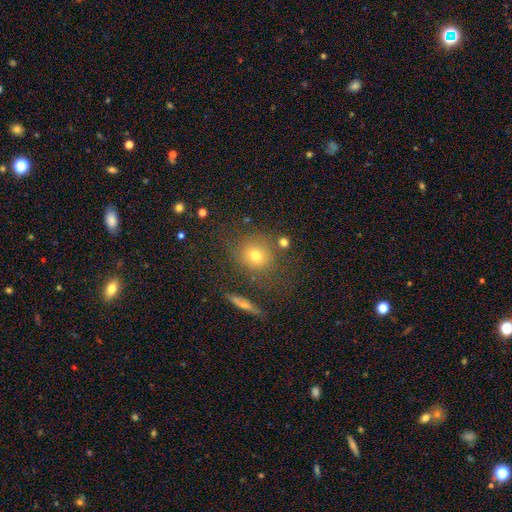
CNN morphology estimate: smooth 65%, star or artifact 19%, featured or disk 16%. Down the decision tree: how rounded — round (82%); merging — none (74%).